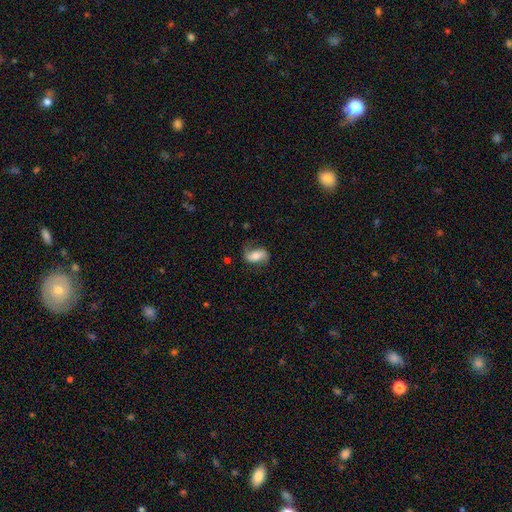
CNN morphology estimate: Smooth or featured? featured or disk (55%)
Edge-on disk? no (95%)
Bar? no (45%)
Spiral arms? yes (88%)
Bulge size? moderate (50%)
Merging? none (67%)